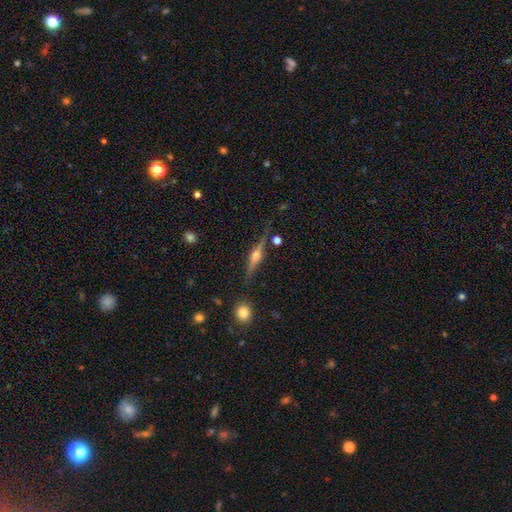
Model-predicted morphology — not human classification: Smooth or featured: featured or disk — 79% (smooth — 14%)
Edge-on disk: yes — 97% (no — 3%)
Edge-on bulge: rounded — 91% (boxy — 7%)
Merging: none — 83% (minor disturbance — 11%)